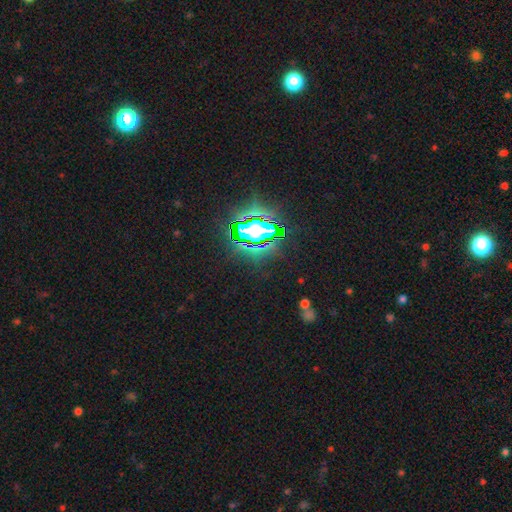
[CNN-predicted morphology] A star or artifact, not a galaxy (76%).

Vote fractions:
- Smooth or featured? star or artifact: 76% / smooth: 13% / featured or disk: 11%